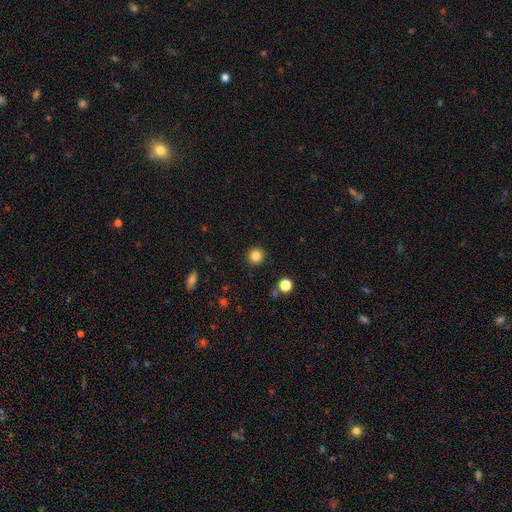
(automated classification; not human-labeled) This appears to be a smooth galaxy with no disk features (84%) that is round (94%). Merging: none (91%).